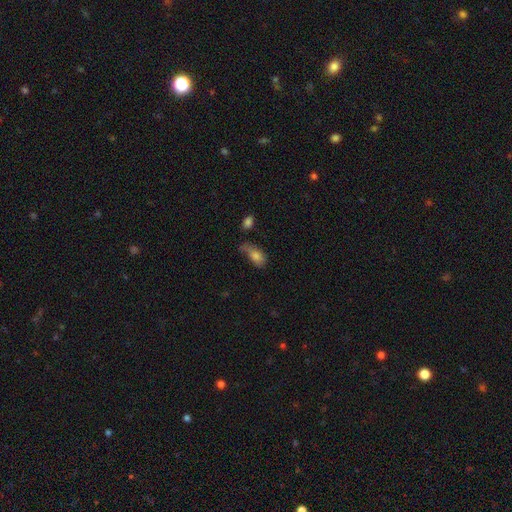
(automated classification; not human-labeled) Q: Smooth or featured?
A: smooth (76%); runner-up: featured or disk (14%)
Q: How rounded?
A: in between (87%); runner-up: round (7%)
Q: Merging?
A: minor disturbance (34%); runner-up: none (30%)